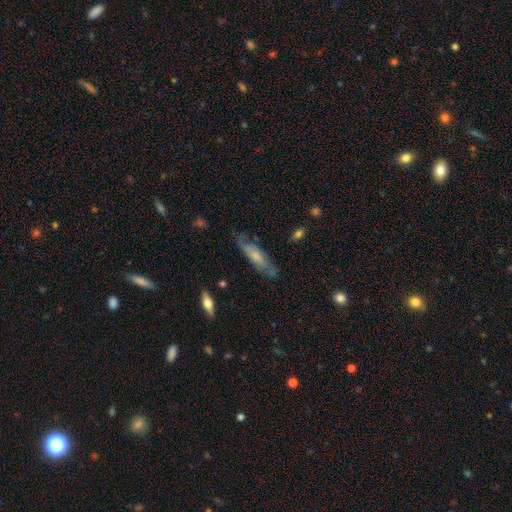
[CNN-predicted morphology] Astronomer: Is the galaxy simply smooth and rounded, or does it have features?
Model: featured or disk — 53% (runner-up: smooth, 40%).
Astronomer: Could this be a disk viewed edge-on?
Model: no — 62% (runner-up: yes, 38%).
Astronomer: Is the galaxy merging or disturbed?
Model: none — 63%.